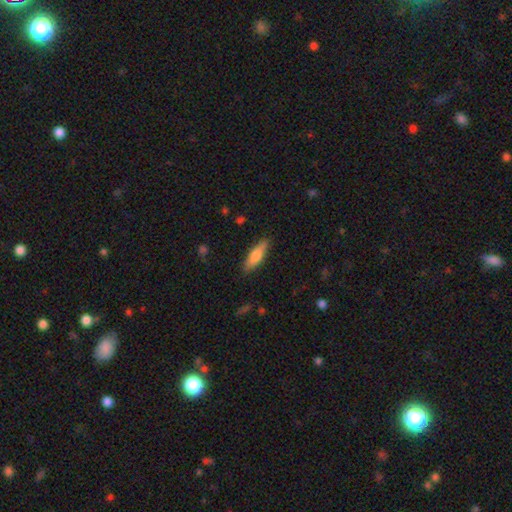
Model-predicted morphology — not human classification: Q: Smooth or featured?
A: smooth (69%); runner-up: featured or disk (25%)
Q: How rounded?
A: cigar-shaped (56%); runner-up: in between (42%)
Q: Merging?
A: none (86%); runner-up: minor disturbance (10%)